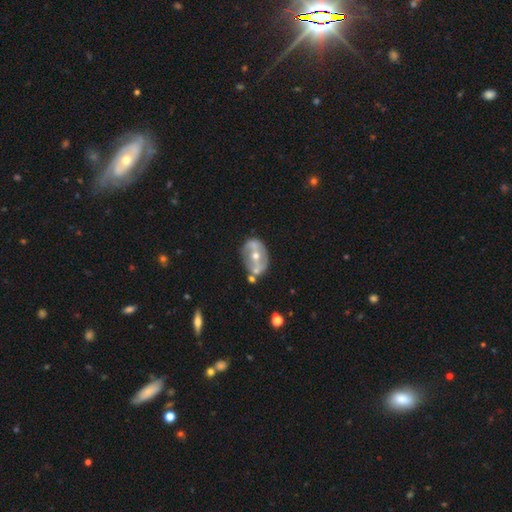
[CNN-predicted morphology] type=featured or disk (74%); edge-on=no (93%); bar=strong (36%); spiral arms=yes (51%); bulge=moderate (60%); merging=none (62%).